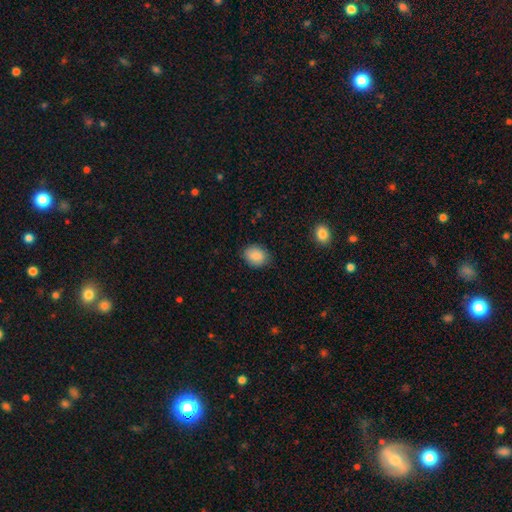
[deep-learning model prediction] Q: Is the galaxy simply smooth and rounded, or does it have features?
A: smooth — 87%.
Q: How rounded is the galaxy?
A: in between — 60%.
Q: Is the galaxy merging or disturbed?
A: none — 84%.